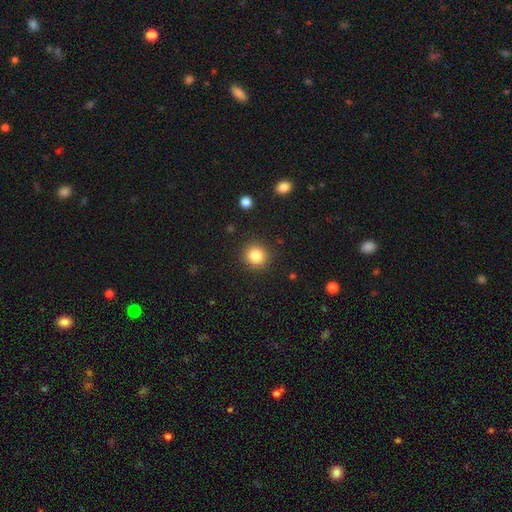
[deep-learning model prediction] smooth_or_featured: smooth (p=0.85) [alt: star or artifact p=0.10]
how_rounded: round (p=0.90) [alt: in between p=0.09]
merging: none (p=0.89) [alt: minor disturbance p=0.07]